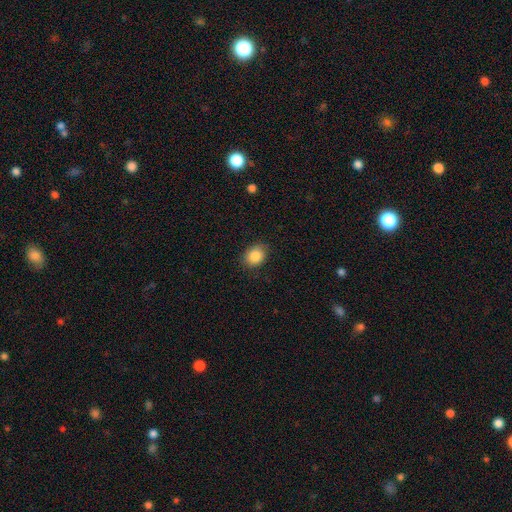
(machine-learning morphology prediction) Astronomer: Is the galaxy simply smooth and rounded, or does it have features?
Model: smooth — 86%.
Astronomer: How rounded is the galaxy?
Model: in between — 53% (runner-up: round, 46%).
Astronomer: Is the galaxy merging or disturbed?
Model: none — 84%.